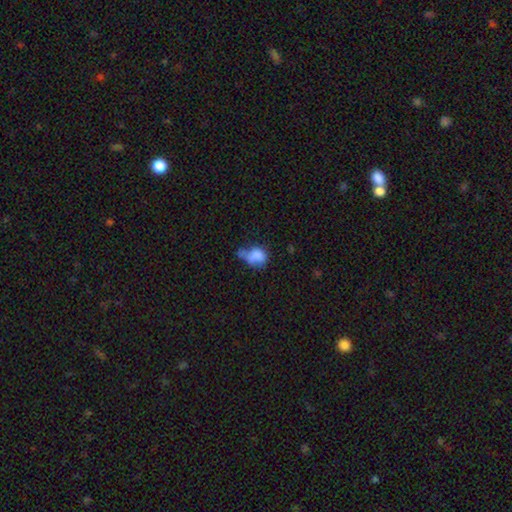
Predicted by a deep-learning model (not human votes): A smooth galaxy with no disk features (72%) that is in between round and cigar-shaped (66%).

Vote fractions:
- Smooth or featured? smooth: 72% / featured or disk: 17% / star or artifact: 11%
- How rounded? in between: 66% / round: 32% / cigar-shaped: 2%
- Merging? minor disturbance: 29% / major disturbance: 26% / none: 23% / merger: 21%